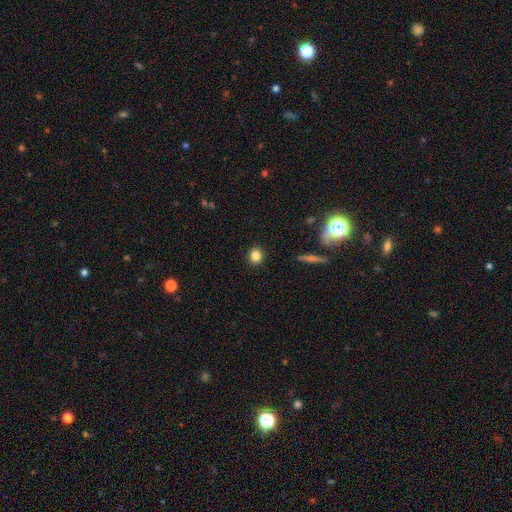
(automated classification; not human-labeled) A smooth galaxy with no disk features (83%) that is round (84%).

Vote fractions:
- Smooth or featured? smooth: 83% / star or artifact: 11% / featured or disk: 6%
- How rounded? round: 84% / in between: 14% / cigar-shaped: 1%
- Merging? none: 91% / minor disturbance: 6% / major disturbance: 2% / merger: 1%